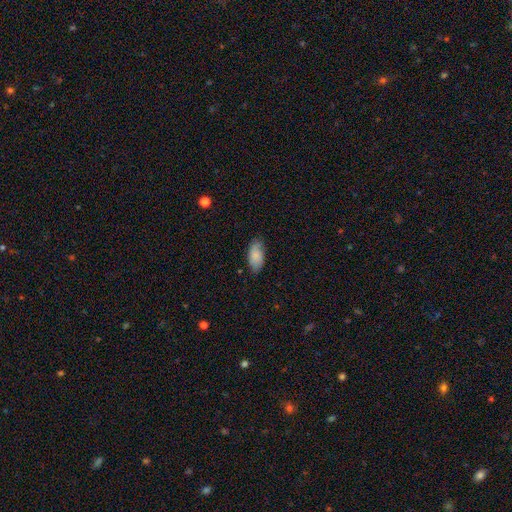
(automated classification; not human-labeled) smooth-or-featured: smooth: 84% | featured or disk: 10% | star or artifact: 6%
  how-rounded: in between: 92% | cigar-shaped: 6% | round: 2%
  merging: none: 78% | minor disturbance: 18% | major disturbance: 3% | merger: 1%